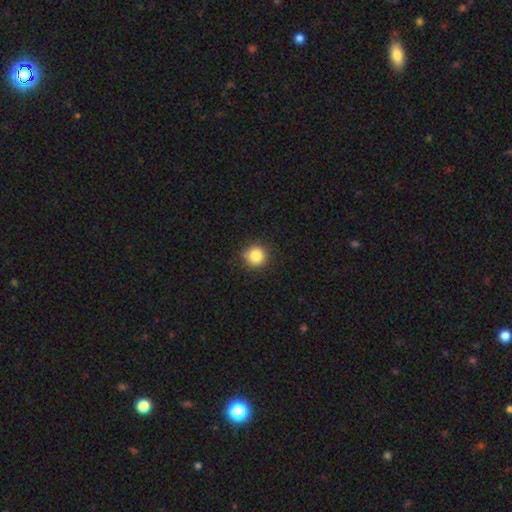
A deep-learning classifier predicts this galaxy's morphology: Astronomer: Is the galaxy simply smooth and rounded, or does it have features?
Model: smooth — 85%.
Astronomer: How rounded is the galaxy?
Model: round — 93%.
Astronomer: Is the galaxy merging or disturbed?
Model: none — 87%.